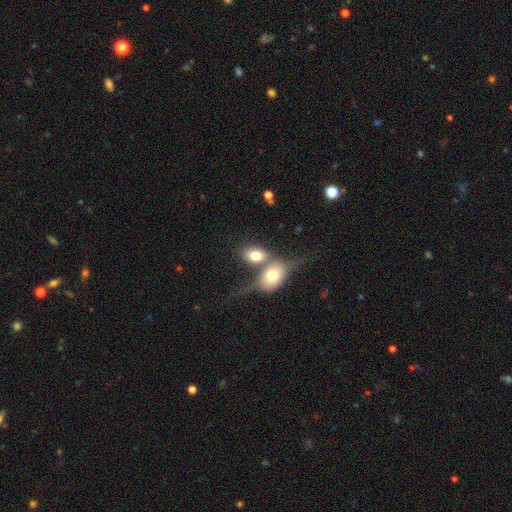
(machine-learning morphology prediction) Smooth or featured?
  - smooth: 70% *
  - featured or disk: 22%
  - star or artifact: 7%
How rounded?
  - in between: 78% *
  - round: 20%
  - cigar-shaped: 2%
Merging?
  - merger: 54% *
  - none: 27%
  - minor disturbance: 10%
  - major disturbance: 9%